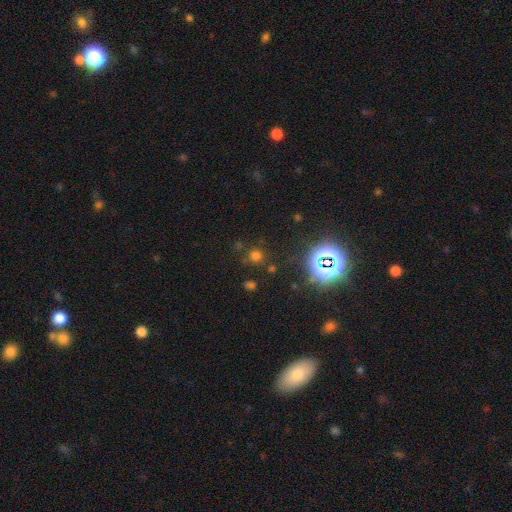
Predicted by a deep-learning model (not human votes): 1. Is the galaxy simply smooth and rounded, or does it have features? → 57% smooth, 36% star or artifact, 7% featured or disk.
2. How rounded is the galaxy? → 90% round, 9% in between, 1% cigar-shaped.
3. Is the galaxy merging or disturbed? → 77% none, 10% minor disturbance, 7% merger, 5% major disturbance.